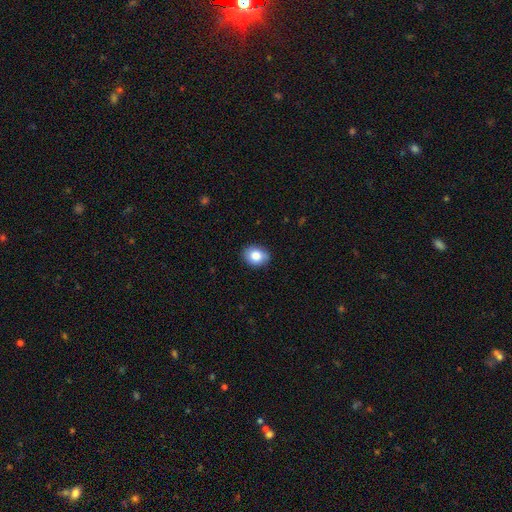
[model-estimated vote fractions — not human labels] Smooth or featured: smooth — 83% (featured or disk — 9%)
How rounded: in between — 55% (round — 44%)
Merging: none — 85% (minor disturbance — 12%)